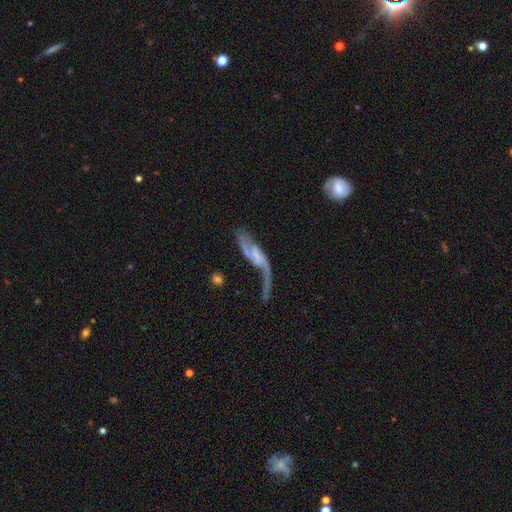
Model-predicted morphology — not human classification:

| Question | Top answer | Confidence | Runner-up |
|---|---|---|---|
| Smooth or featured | featured or disk | 78% | smooth (15%) |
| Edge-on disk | no | 87% | yes (13%) |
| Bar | no | 46% | weak (38%) |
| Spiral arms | yes | 85% | no (15%) |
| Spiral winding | loose | 84% | medium (12%) |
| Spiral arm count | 2 | 76% | 1 (16%) |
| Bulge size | small | 42% | none (41%) |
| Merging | major disturbance | 38% | none (30%) |